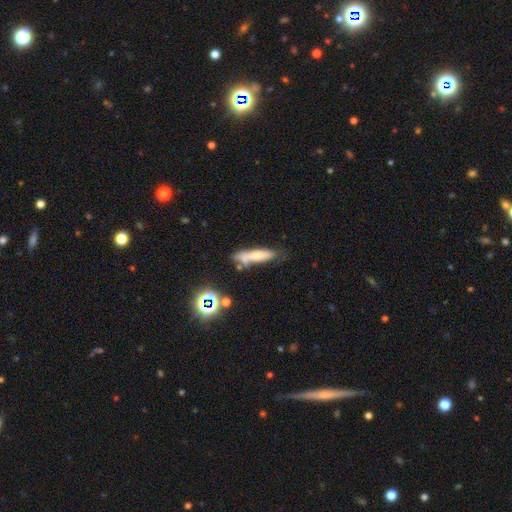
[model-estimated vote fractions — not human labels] Morphology: type=smooth (63%); roundness=cigar-shaped (71%); merging=none (54%).